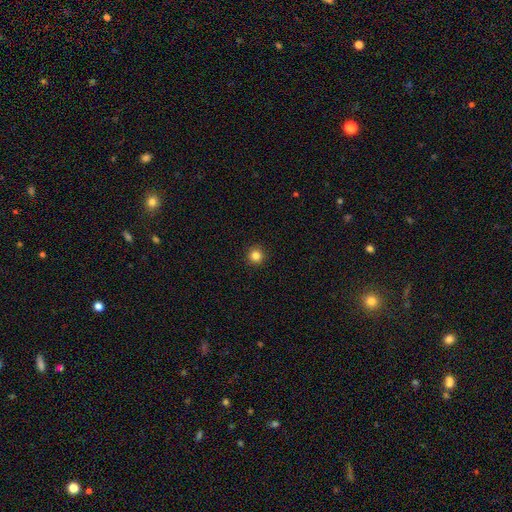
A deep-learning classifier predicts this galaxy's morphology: This is clearly a smooth galaxy (84%). How rounded: clearly round (96%). Merging: clearly none (93%).